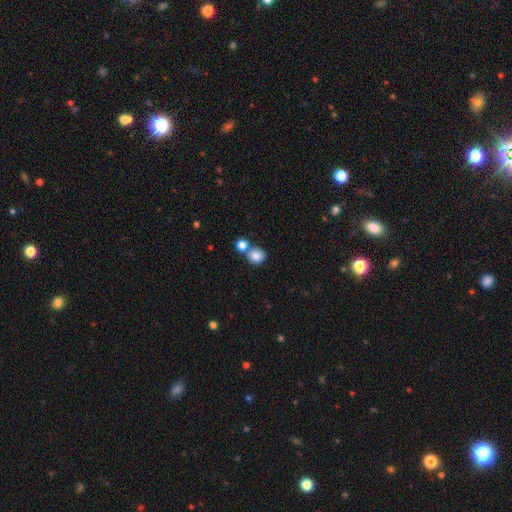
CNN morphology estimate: A smooth galaxy with no disk features (84%) that is round (86%). Merging: none (56%).